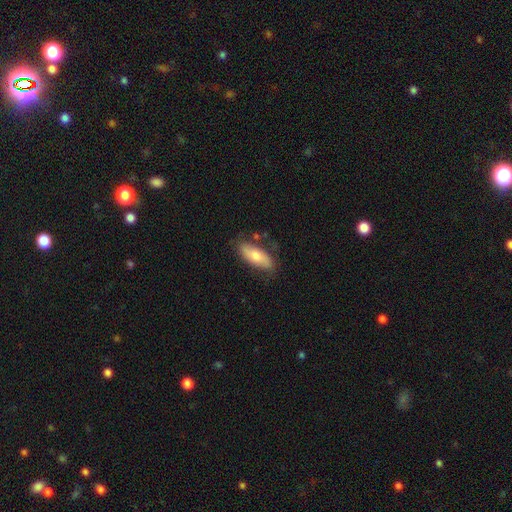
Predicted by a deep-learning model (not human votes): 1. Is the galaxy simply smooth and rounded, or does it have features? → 63% smooth, 30% featured or disk, 7% star or artifact.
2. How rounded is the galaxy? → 76% in between, 21% cigar-shaped, 3% round.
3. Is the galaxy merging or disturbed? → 73% none, 19% minor disturbance, 5% major disturbance, 3% merger.